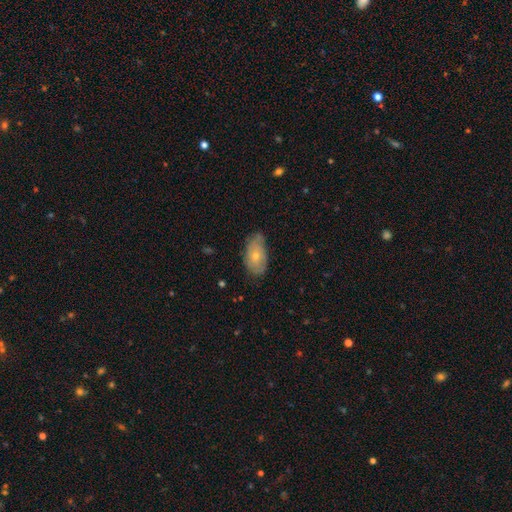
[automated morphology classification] Overall: smooth (60%; featured or disk 34%). How rounded: in between (93%). Merging: none (61%; minor disturbance 31%).